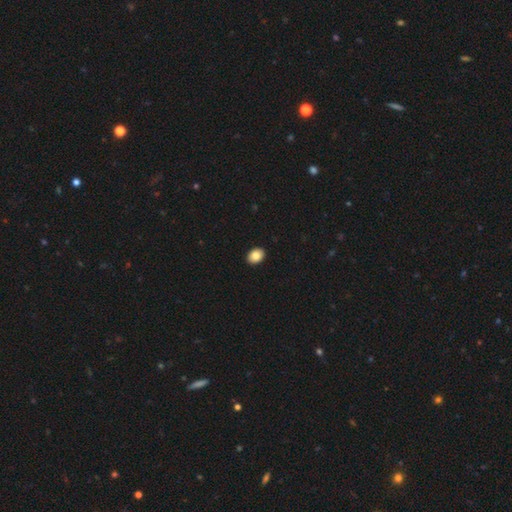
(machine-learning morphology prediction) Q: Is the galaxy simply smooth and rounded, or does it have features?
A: smooth — 87%.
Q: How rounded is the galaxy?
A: in between — 74%.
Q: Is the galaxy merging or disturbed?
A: none — 92%.